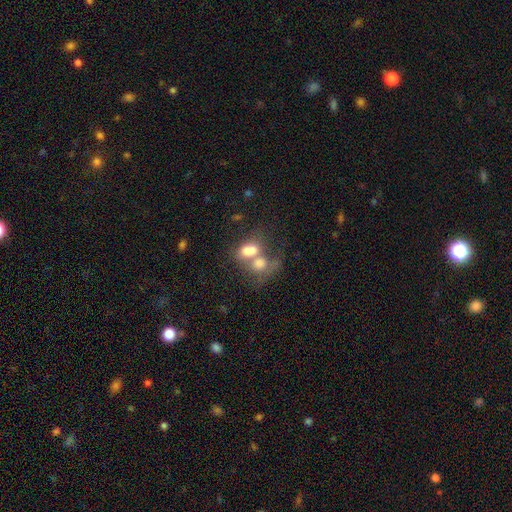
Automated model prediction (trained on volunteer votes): A smooth galaxy with no disk features (63%) that is in between round and cigar-shaped (67%).

Vote fractions:
- Smooth or featured? smooth: 63% / featured or disk: 24% / star or artifact: 13%
- How rounded? in between: 67% / round: 30% / cigar-shaped: 2%
- Merging? merger: 70% / none: 17% / minor disturbance: 7% / major disturbance: 7%